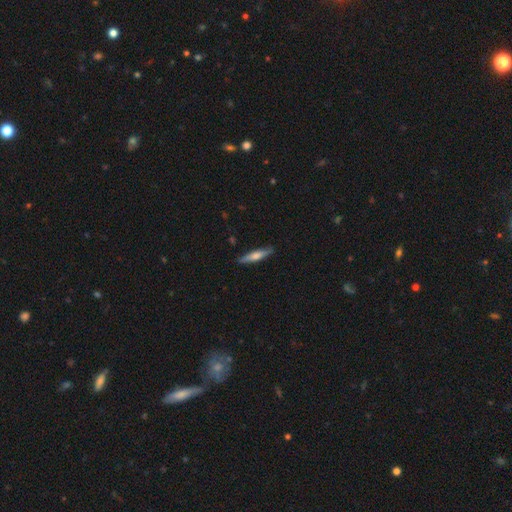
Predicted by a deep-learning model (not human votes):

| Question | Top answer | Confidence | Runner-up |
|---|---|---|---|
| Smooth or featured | featured or disk | 48% | smooth (46%) |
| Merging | none | 88% | minor disturbance (9%) |